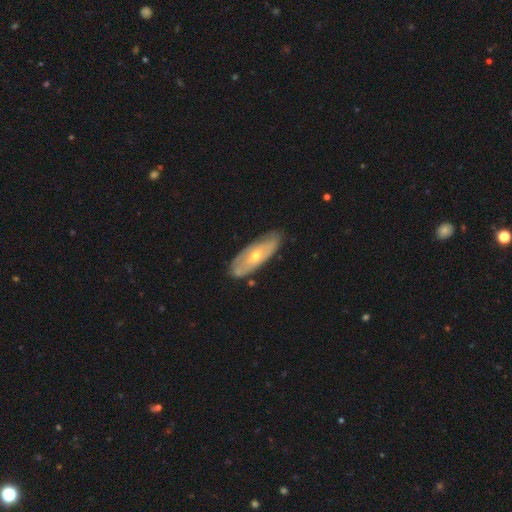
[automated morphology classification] This is possibly a featured or disk galaxy (59%). It is likely not viewed edge-on (75%). Merging: likely none (75%).